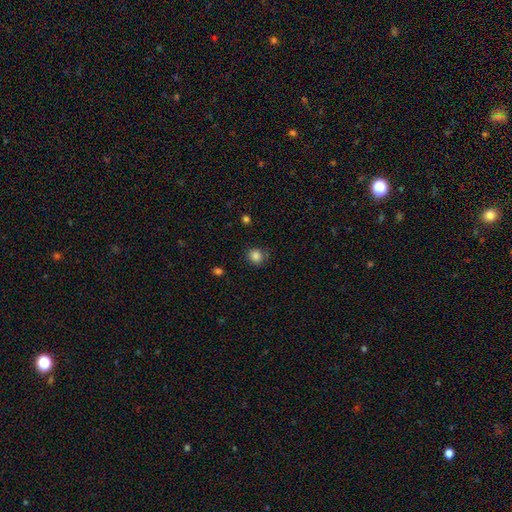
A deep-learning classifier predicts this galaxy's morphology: This appears to be a smooth galaxy with no disk features (85%) that is round (84%). Merging: none (78%).